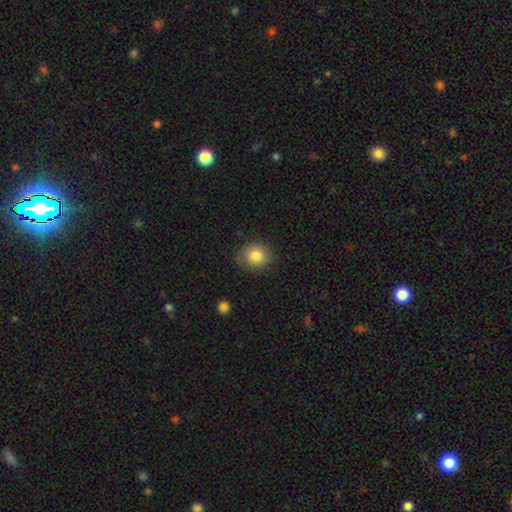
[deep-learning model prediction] Smooth or featured? Predicted: smooth (p=0.83). How rounded? Predicted: round (p=0.80). Merging? Predicted: none (p=0.81).